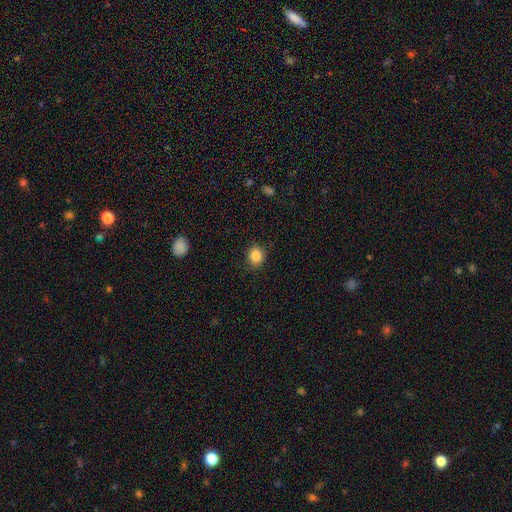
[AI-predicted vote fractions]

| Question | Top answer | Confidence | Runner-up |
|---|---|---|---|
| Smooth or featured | smooth | 86% | star or artifact (10%) |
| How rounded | round | 73% | in between (26%) |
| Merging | none | 88% | minor disturbance (8%) |